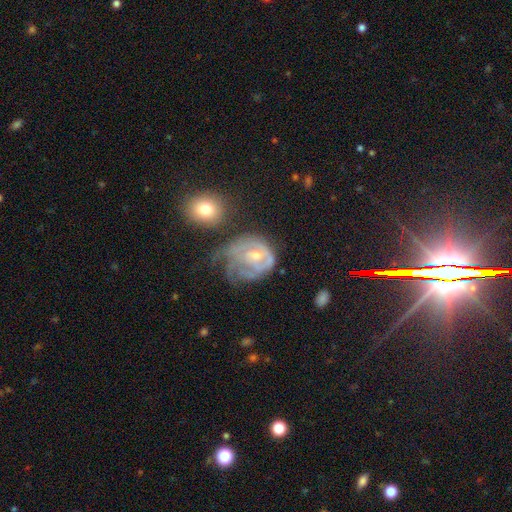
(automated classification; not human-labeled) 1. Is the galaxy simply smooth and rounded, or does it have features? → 71% featured or disk, 18% smooth, 10% star or artifact.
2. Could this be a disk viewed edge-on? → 97% no, 3% yes.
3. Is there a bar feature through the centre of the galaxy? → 70% no, 25% weak, 5% strong.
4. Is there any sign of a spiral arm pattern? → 74% yes, 26% no.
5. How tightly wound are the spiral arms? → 57% tight, 29% medium, 14% loose.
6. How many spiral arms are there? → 50% can't tell, 17% 2, 13% 3, 11% 1, 5% 4, 3% more than 4.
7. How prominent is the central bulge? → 50% small, 44% moderate, 3% none, 2% large, 1% dominant.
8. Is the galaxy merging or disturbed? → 42% major disturbance, 27% none, 24% minor disturbance, 7% merger.